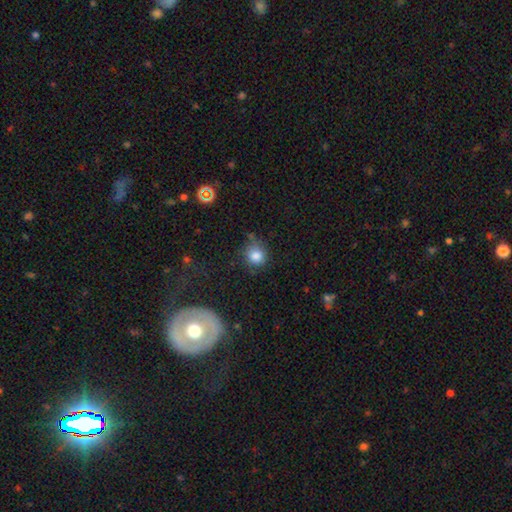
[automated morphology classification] Smooth or featured?
  - smooth: 83% *
  - star or artifact: 11%
  - featured or disk: 6%
How rounded?
  - round: 86% *
  - in between: 13%
  - cigar-shaped: 1%
Merging?
  - none: 69% *
  - minor disturbance: 20%
  - major disturbance: 6%
  - merger: 5%